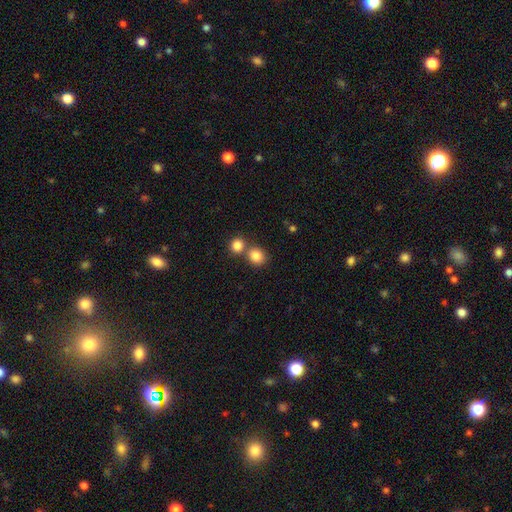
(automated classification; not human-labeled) Smooth or featured: smooth — 83% (star or artifact — 10%)
How rounded: round — 82% (in between — 17%)
Merging: none — 55% (merger — 35%)